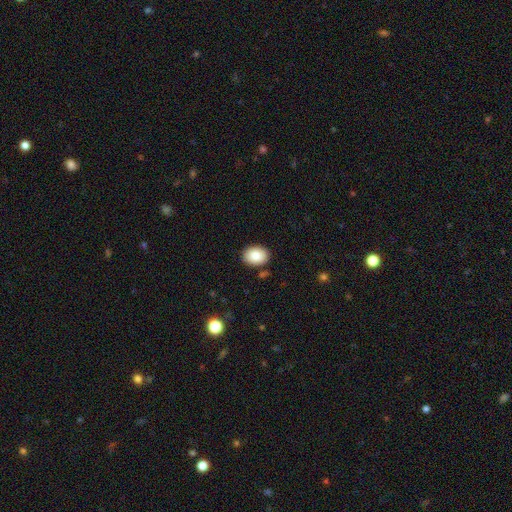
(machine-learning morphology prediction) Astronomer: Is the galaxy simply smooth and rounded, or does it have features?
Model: smooth — 87%.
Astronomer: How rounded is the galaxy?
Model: in between — 77%.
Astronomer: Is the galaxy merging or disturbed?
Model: none — 87%.